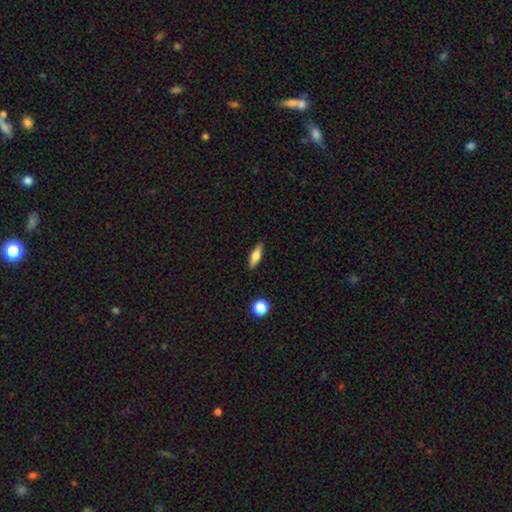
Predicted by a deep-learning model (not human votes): Morphology: type=smooth (69%); roundness=in between (56%); merging=none (86%).